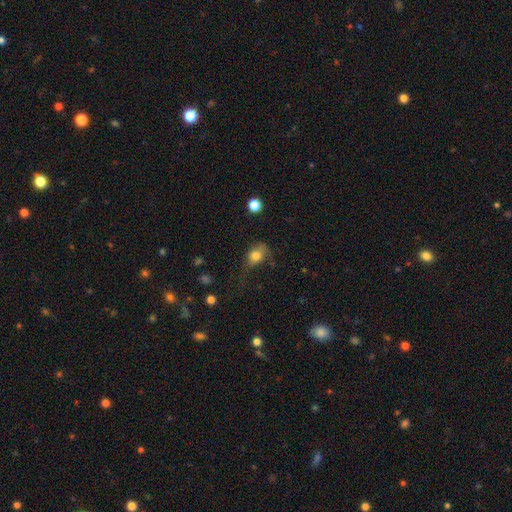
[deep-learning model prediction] This is likely a smooth galaxy (78%). How rounded: possibly in between (58%). Merging: marginally none (34%).